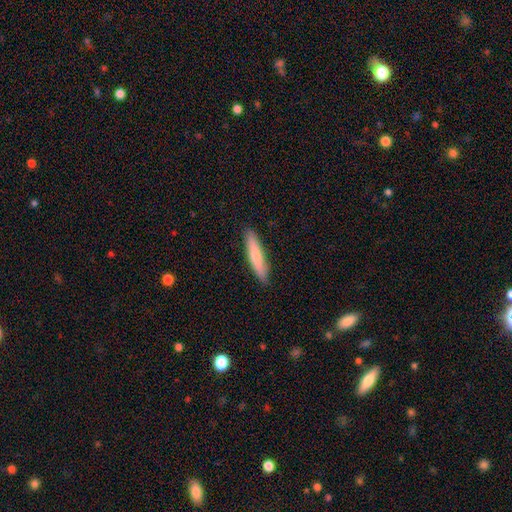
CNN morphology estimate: Overall: smooth (74%). How rounded: cigar-shaped (89%). Merging: none (90%).